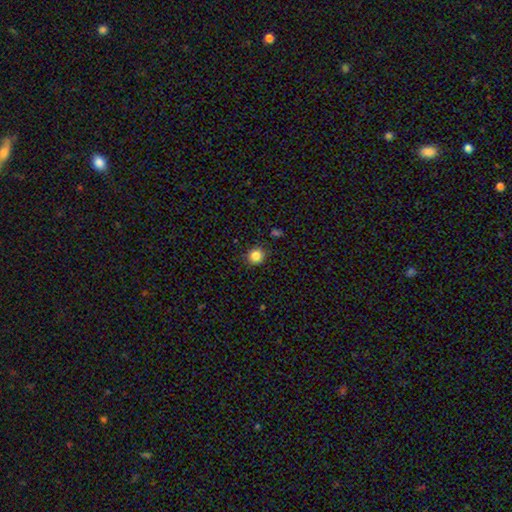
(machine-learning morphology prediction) type=smooth (84%); roundness=round (92%); merging=none (89%).